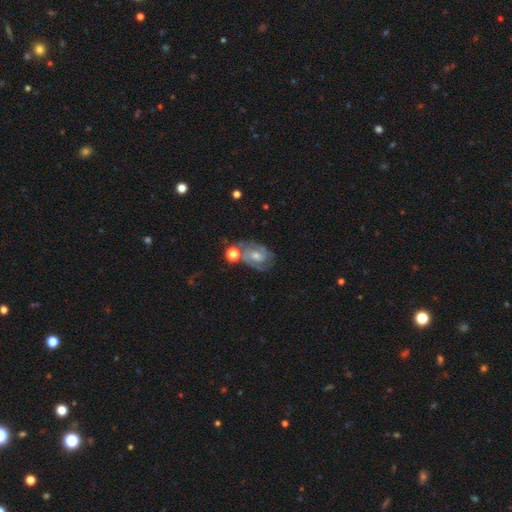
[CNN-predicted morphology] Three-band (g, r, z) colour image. It shows a featured or disk galaxy (81%) with no bar (46%), 2 (77%) tight (51%) spiral arms (95%) and a moderate central bulge (50%). Merging: none (69%).